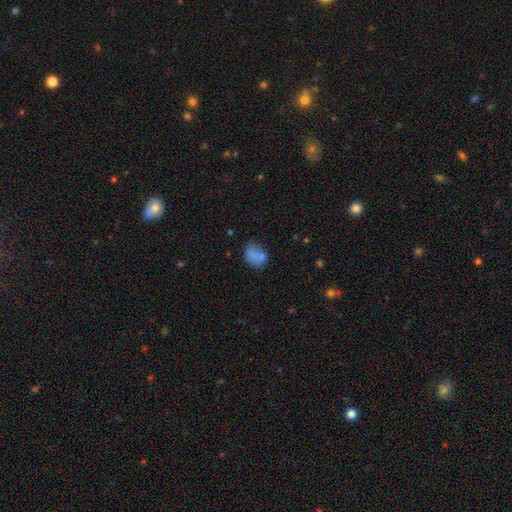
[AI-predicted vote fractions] Smooth or featured: smooth — 77% (featured or disk — 12%)
How rounded: in between — 66% (round — 32%)
Merging: none — 57% (minor disturbance — 24%)